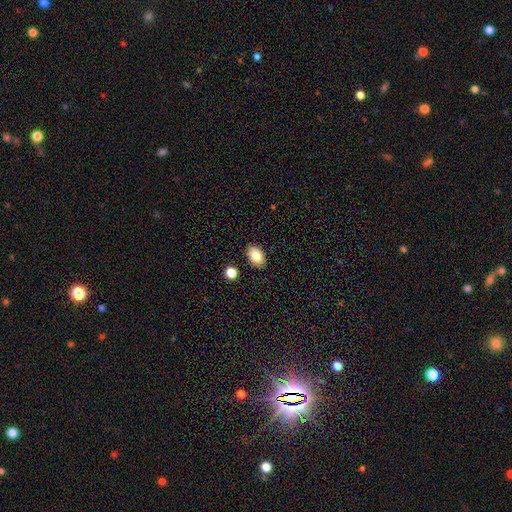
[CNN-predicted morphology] The model was most divided on "how rounded": in between: 85%, round: 14%, cigar-shaped: 1%. More confident: merging — none (86%); smooth or featured — smooth (84%).